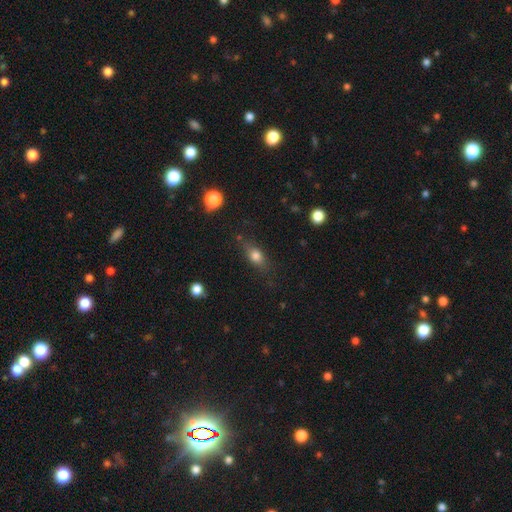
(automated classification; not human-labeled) A smooth galaxy with no disk features (74%) that is in between round and cigar-shaped (68%). Merging: none (69%).